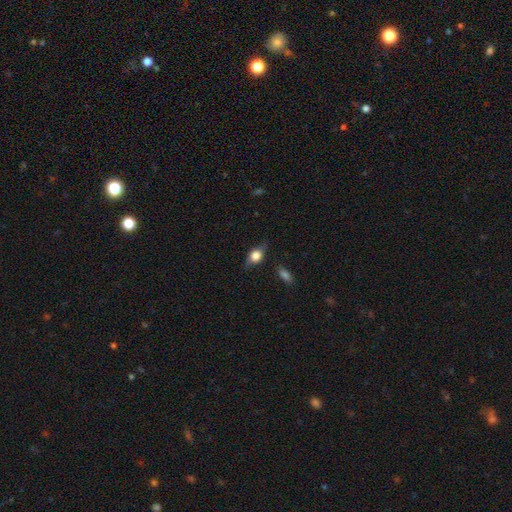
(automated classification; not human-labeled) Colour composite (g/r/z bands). It shows a smooth galaxy with no disk features (59%) that is in between round and cigar-shaped (60%). Merging: none (65%).